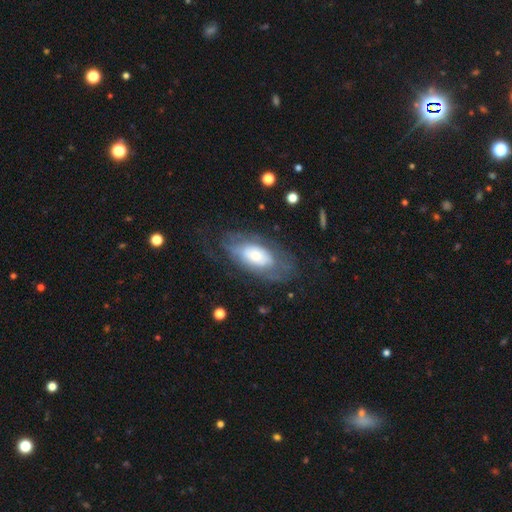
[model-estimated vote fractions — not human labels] Smooth or featured: featured or disk — 56% (smooth — 37%)
Edge-on disk: no — 89% (yes — 11%)
Merging: none — 60% (minor disturbance — 20%)